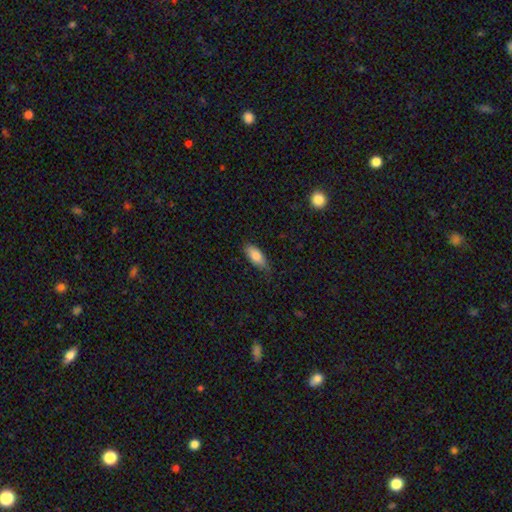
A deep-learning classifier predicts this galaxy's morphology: This appears to be a smooth galaxy with no disk features (83%) that is in between round and cigar-shaped (84%). Merging: none (72%).